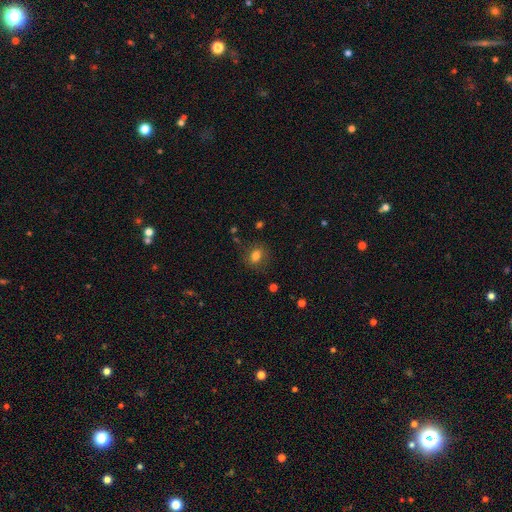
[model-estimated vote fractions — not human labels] Smooth or featured: smooth — 77% (star or artifact — 12%)
How rounded: in between — 60% (round — 38%)
Merging: none — 79% (minor disturbance — 14%)